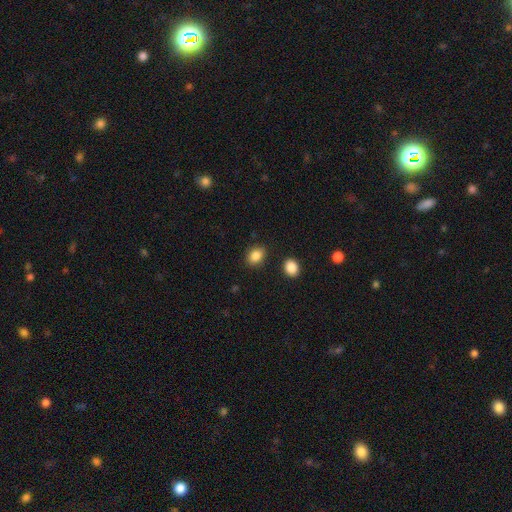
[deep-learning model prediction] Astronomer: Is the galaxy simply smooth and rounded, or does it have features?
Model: smooth — 87%.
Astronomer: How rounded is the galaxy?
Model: in between — 64%.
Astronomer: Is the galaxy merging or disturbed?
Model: none — 84%.